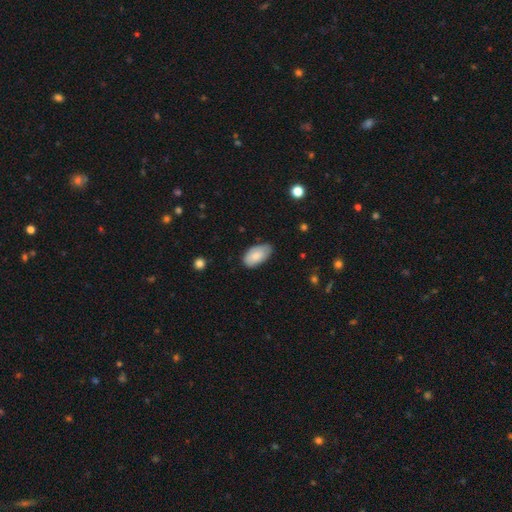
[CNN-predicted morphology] smooth_or_featured: smooth (p=0.81) [alt: featured or disk p=0.13]
how_rounded: in between (p=0.95) [alt: round p=0.03]
merging: none (p=0.67) [alt: minor disturbance p=0.27]